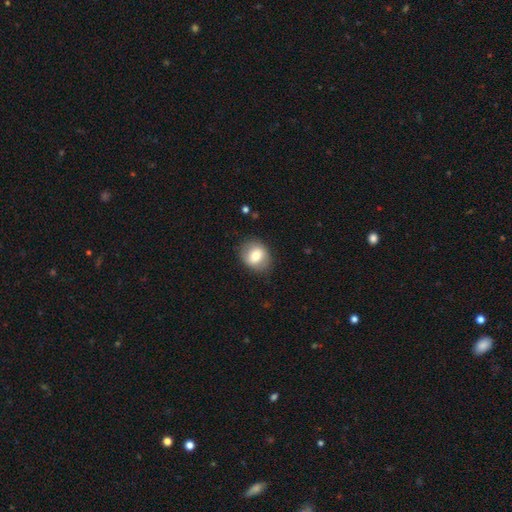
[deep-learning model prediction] Smooth or featured? smooth (70%)
How rounded? round (64%)
Merging? none (82%)